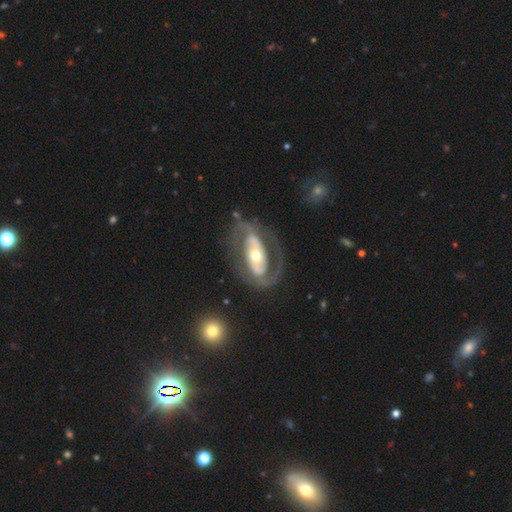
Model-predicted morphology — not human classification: Smooth or featured?
  - featured or disk: 83% *
  - smooth: 13%
  - star or artifact: 4%
Edge-on disk?
  - no: 95% *
  - yes: 5%
Bar?
  - no: 42% *
  - strong: 33%
  - weak: 25%
Spiral arms?
  - yes: 78% *
  - no: 22%
Spiral winding?
  - medium: 45% *
  - tight: 33%
  - loose: 22%
Spiral arm count?
  - 2: 80% *
  - can't tell: 8%
  - 1: 8%
  - 3: 2%
  - 4: 1%
  - more than 4: 1%
Bulge size?
  - moderate: 63% *
  - small: 26%
  - large: 8%
  - dominant: 1%
  - none: 1%
Merging?
  - none: 64% *
  - major disturbance: 17%
  - minor disturbance: 16%
  - merger: 2%